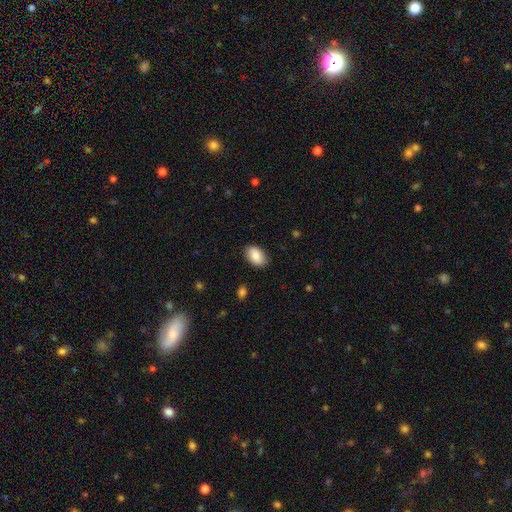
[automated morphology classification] This appears to be a smooth galaxy with no disk features (87%) that is in between round and cigar-shaped (91%). Merging: none (86%).